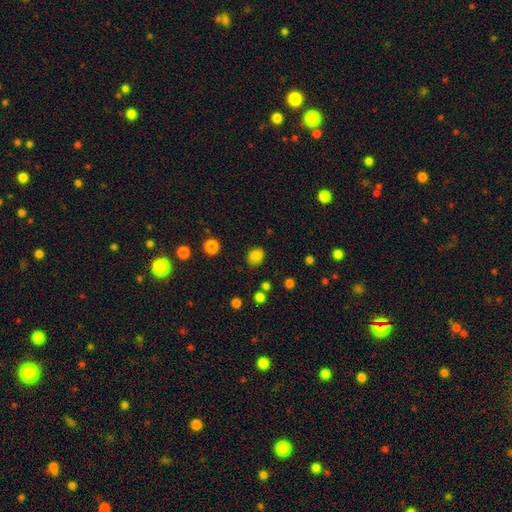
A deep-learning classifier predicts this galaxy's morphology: Q: Smooth or featured?
A: smooth (81%); runner-up: star or artifact (14%)
Q: How rounded?
A: round (59%); runner-up: in between (40%)
Q: Merging?
A: none (77%); runner-up: minor disturbance (16%)